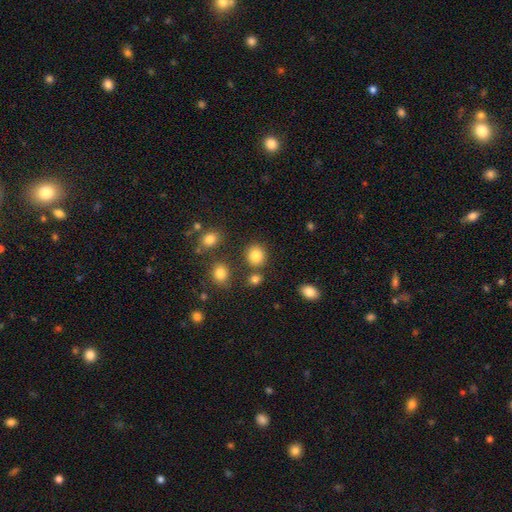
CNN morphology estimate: Q: Smooth or featured?
A: smooth (84%); runner-up: star or artifact (11%)
Q: How rounded?
A: round (82%); runner-up: in between (17%)
Q: Merging?
A: none (82%); runner-up: minor disturbance (8%)